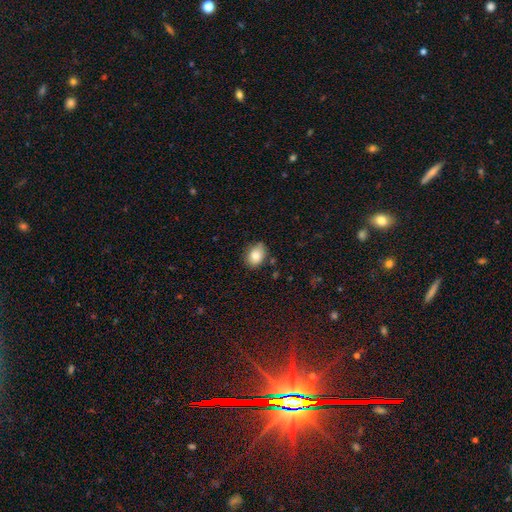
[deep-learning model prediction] Smooth or featured? Predicted: smooth (p=0.82). How rounded? Predicted: in between (p=0.63). Merging? Predicted: none (p=0.75).